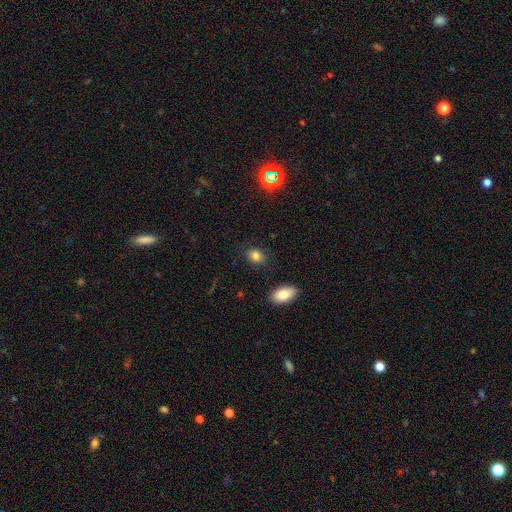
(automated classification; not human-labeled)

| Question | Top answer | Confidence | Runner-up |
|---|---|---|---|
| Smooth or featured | smooth | 83% | star or artifact (11%) |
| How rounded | in between | 60% | round (38%) |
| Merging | none | 85% | minor disturbance (10%) |